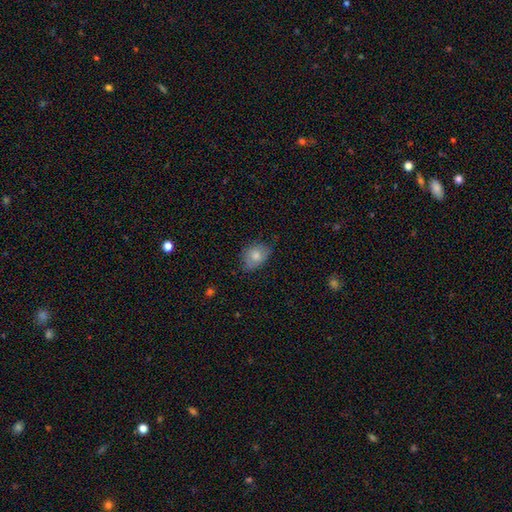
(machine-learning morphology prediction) A smooth galaxy with no disk features (73%) that is in between round and cigar-shaped (70%). Merging: none (61%).